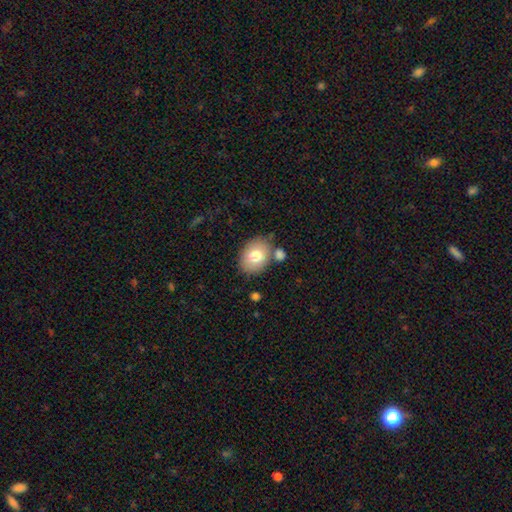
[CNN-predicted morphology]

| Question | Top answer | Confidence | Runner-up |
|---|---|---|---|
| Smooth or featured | smooth | 76% | featured or disk (16%) |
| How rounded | in between | 64% | round (35%) |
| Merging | none | 73% | minor disturbance (13%) |